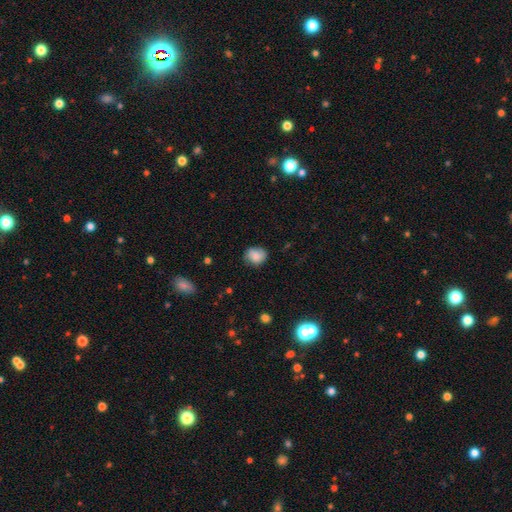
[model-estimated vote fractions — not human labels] This appears to be a smooth galaxy with no disk features (82%) that is round (65%). Merging: none (73%).